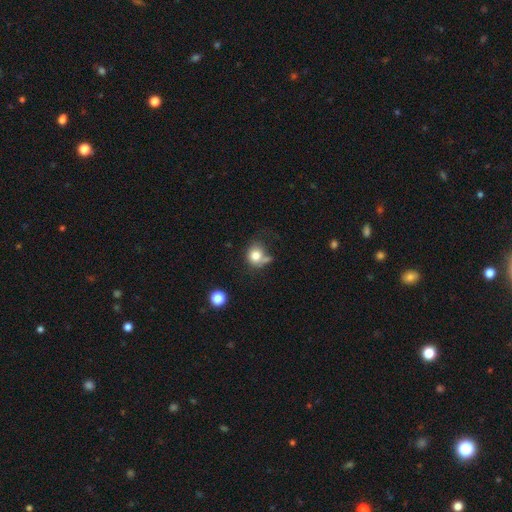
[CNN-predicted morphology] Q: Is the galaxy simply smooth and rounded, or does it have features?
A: smooth — 78%.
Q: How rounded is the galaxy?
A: round — 73%.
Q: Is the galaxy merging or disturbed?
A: none — 45%.